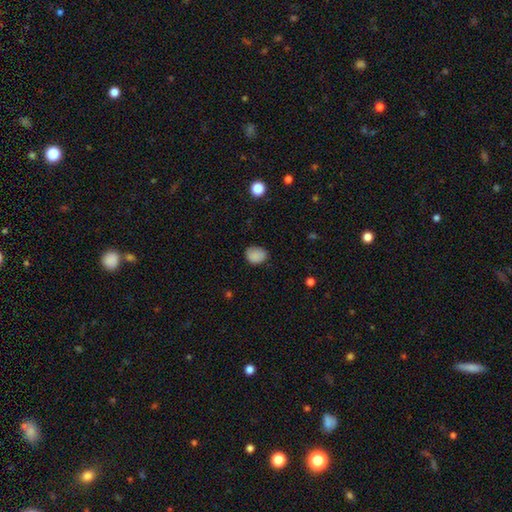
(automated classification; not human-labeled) Overall: smooth (85%). How rounded: in between (54%; round 45%). Merging: none (73%).